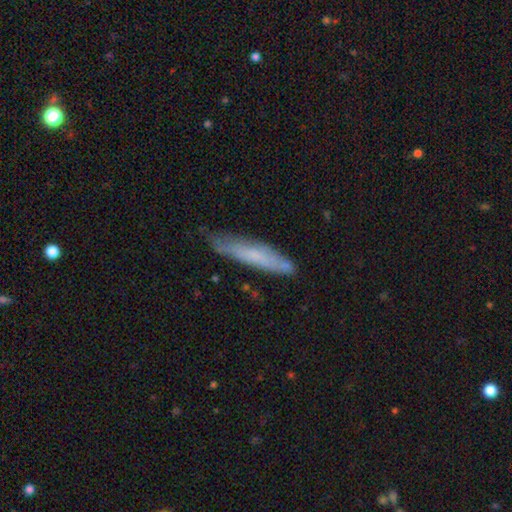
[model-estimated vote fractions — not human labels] Smooth or featured?
  - smooth: 58% *
  - featured or disk: 35%
  - star or artifact: 6%
How rounded?
  - cigar-shaped: 88% *
  - in between: 11%
  - round: 1%
Merging?
  - none: 71% *
  - minor disturbance: 23%
  - major disturbance: 4%
  - merger: 2%